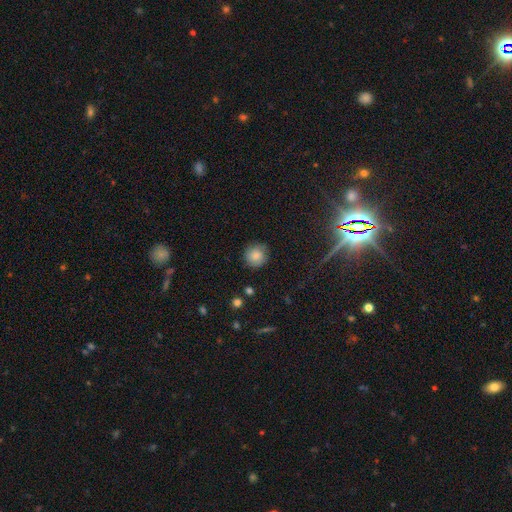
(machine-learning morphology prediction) smooth 78%, featured or disk 12%, star or artifact 9%. Down the decision tree: how rounded — round (92%); merging — none (83%).